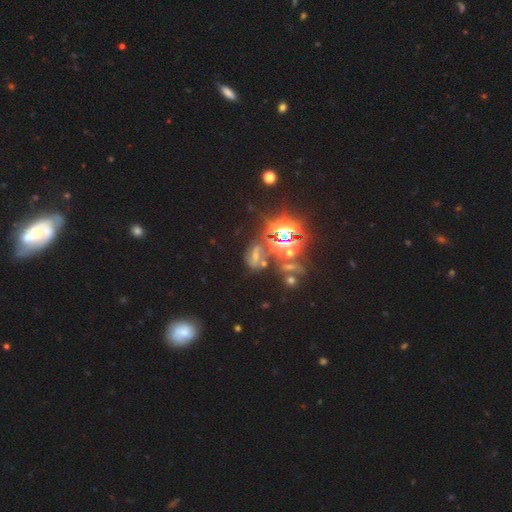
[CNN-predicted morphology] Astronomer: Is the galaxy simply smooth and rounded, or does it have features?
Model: star or artifact — 49% (runner-up: featured or disk, 28%).